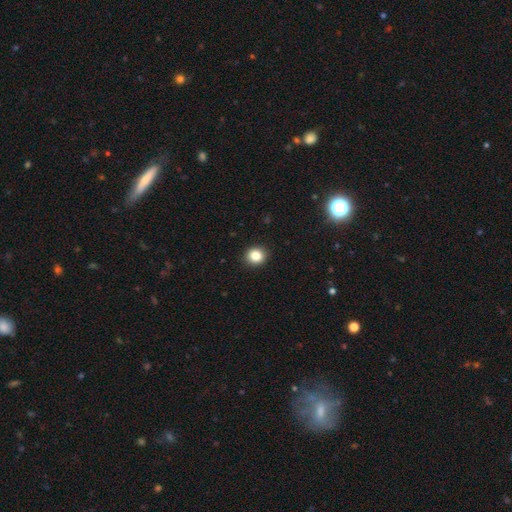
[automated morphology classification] This is clearly a smooth galaxy (85%). How rounded: clearly round (85%). Merging: clearly none (92%).